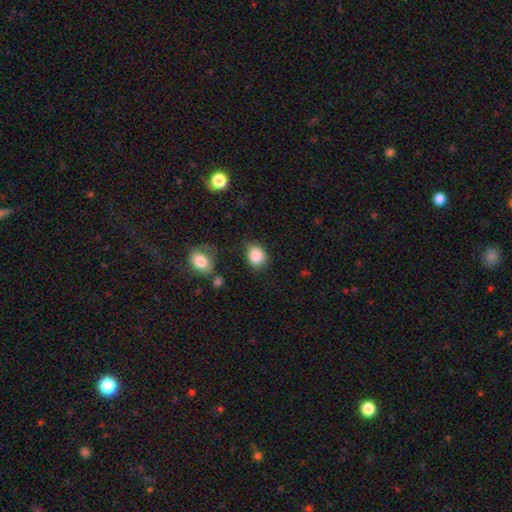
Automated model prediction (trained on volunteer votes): smooth 87%, star or artifact 8%, featured or disk 5%. Down the decision tree: how rounded — in between (52%); merging — none (68%).